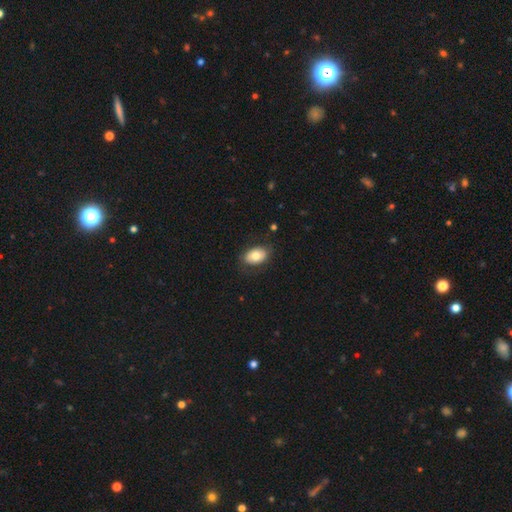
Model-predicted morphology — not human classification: smooth 75%, featured or disk 18%, star or artifact 7%. Down the decision tree: how rounded — in between (88%); merging — none (81%).